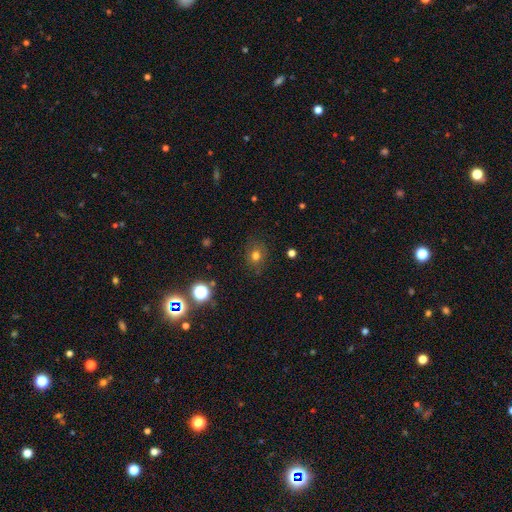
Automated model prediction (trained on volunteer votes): smooth 73%, star or artifact 19%, featured or disk 8%. Down the decision tree: how rounded — round (74%); merging — none (83%).